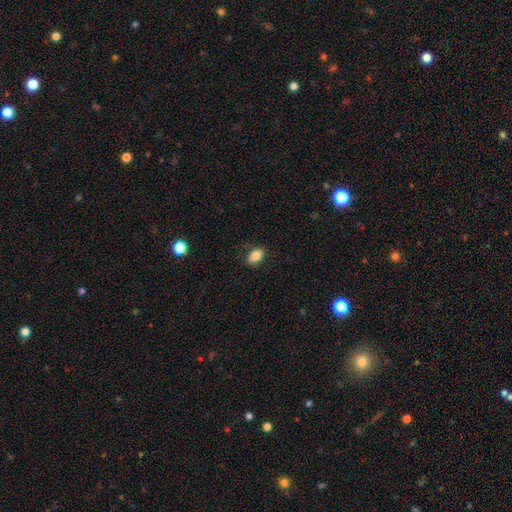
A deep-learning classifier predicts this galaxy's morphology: This appears to be a smooth galaxy with no disk features (84%) that is in between round and cigar-shaped (87%). Merging: none (84%).